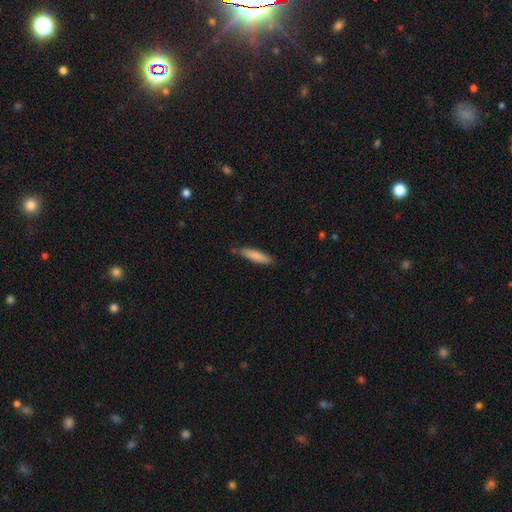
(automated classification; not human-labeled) This is clearly a smooth galaxy (83%). How rounded: likely cigar-shaped (79%). Merging: clearly none (82%).